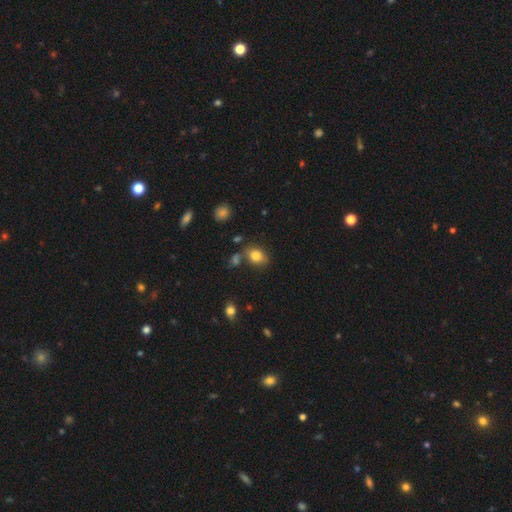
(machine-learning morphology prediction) This is clearly a smooth galaxy (82%). How rounded: likely in between (65%). Merging: likely none (66%).